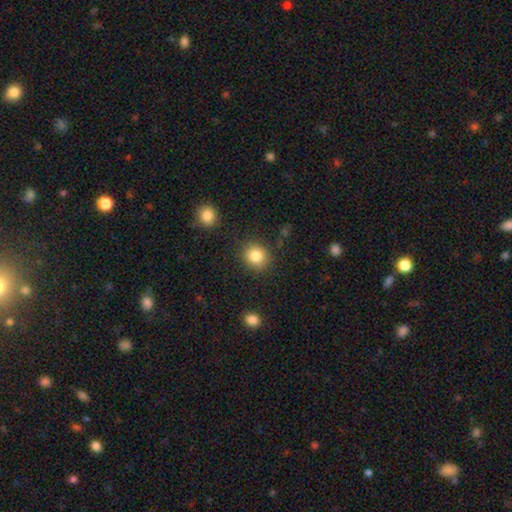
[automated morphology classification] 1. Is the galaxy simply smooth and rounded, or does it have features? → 83% smooth, 10% star or artifact, 7% featured or disk.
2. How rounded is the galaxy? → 82% round, 17% in between, 1% cigar-shaped.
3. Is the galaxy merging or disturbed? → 86% none, 8% minor disturbance, 3% major disturbance, 2% merger.